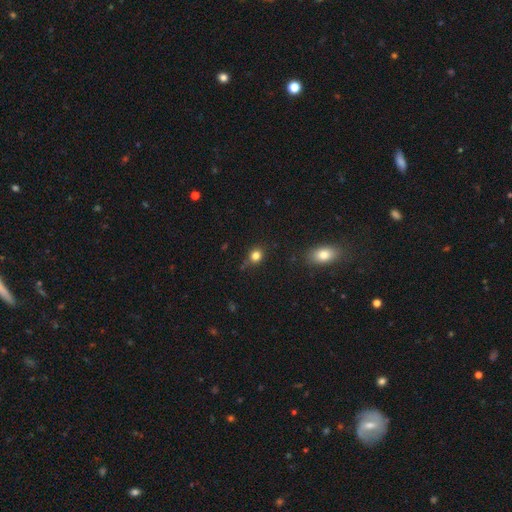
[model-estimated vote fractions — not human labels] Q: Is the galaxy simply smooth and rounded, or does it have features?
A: smooth — 82%.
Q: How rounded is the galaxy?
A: round — 74%.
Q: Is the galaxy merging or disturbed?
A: none — 76%.